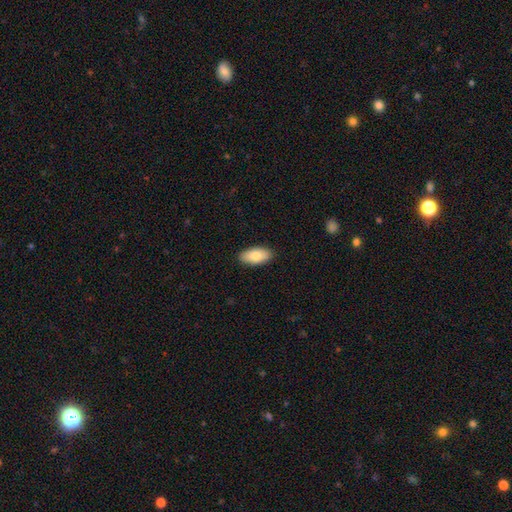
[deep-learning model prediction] Morphology: type=smooth (83%); roundness=in between (92%); merging=none (90%).